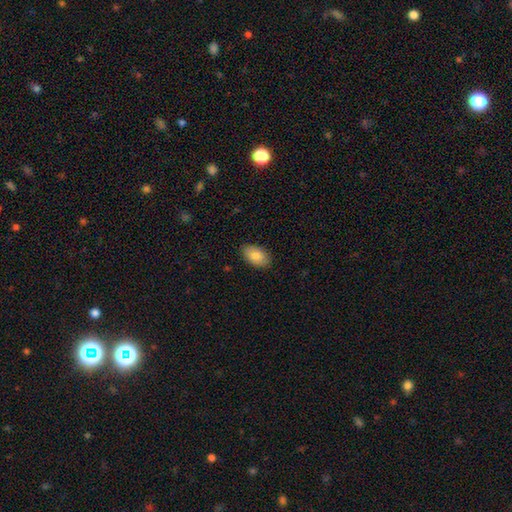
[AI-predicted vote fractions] smooth_or_featured: smooth (p=0.83) [alt: featured or disk p=0.11]
how_rounded: in between (p=0.92) [alt: round p=0.07]
merging: none (p=0.85) [alt: minor disturbance p=0.12]